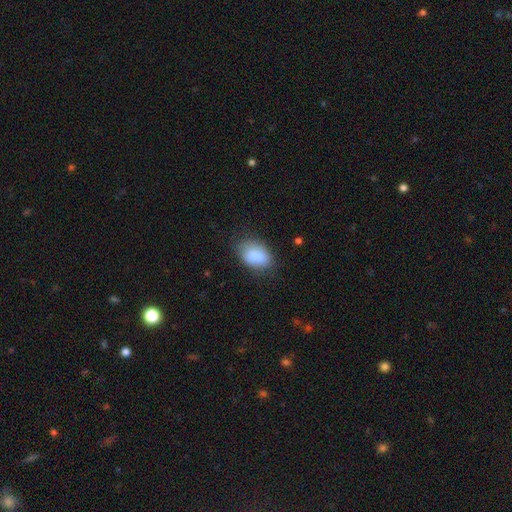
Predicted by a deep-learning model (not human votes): smooth 85%, featured or disk 8%, star or artifact 7%. Down the decision tree: how rounded — in between (86%); merging — none (66%).